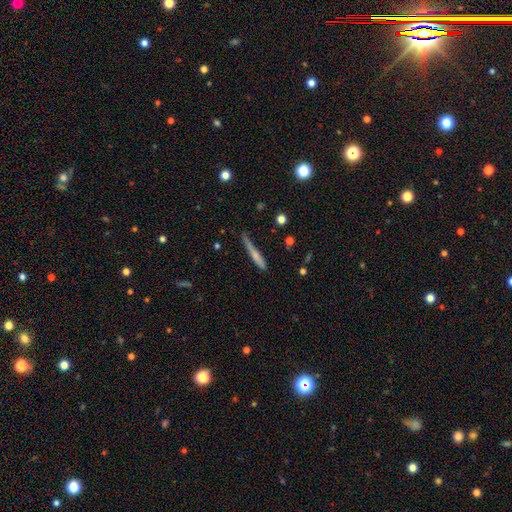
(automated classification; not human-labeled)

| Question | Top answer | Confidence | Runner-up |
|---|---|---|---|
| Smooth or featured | smooth | 64% | featured or disk (29%) |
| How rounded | cigar-shaped | 94% | in between (4%) |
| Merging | none | 61% | minor disturbance (28%) |